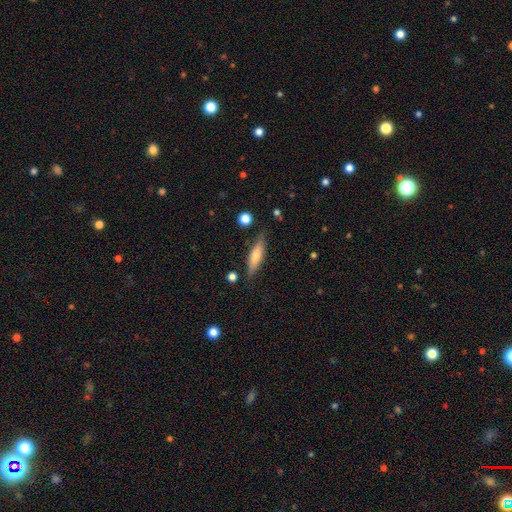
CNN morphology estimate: This appears to be a smooth galaxy with no disk features (54%) that is cigar-shaped (72%). Merging: none (82%).